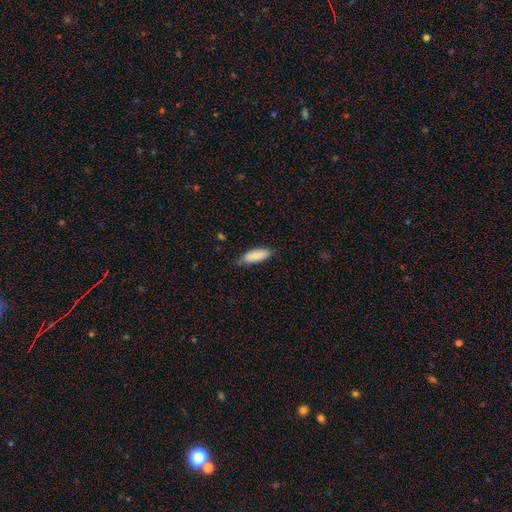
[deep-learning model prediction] Smooth or featured: smooth — 85% (featured or disk — 9%)
How rounded: in between — 74% (cigar-shaped — 24%)
Merging: none — 71% (minor disturbance — 24%)